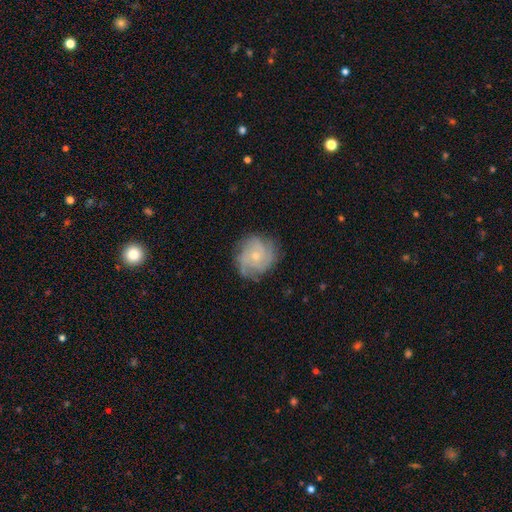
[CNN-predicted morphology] Smooth or featured?
  - featured or disk: 70% *
  - smooth: 23%
  - star or artifact: 8%
Edge-on disk?
  - no: 98% *
  - yes: 2%
Bar?
  - no: 81% *
  - weak: 17%
  - strong: 2%
Spiral arms?
  - yes: 90% *
  - no: 10%
Spiral winding?
  - tight: 55% *
  - medium: 35%
  - loose: 11%
Spiral arm count?
  - can't tell: 31% *
  - 3: 26%
  - 2: 16%
  - 4: 15%
  - more than 4: 6%
  - 1: 6%
Bulge size?
  - small: 68% *
  - moderate: 28%
  - none: 2%
  - large: 1%
  - dominant: 1%
Merging?
  - none: 75% *
  - minor disturbance: 18%
  - major disturbance: 6%
  - merger: 1%